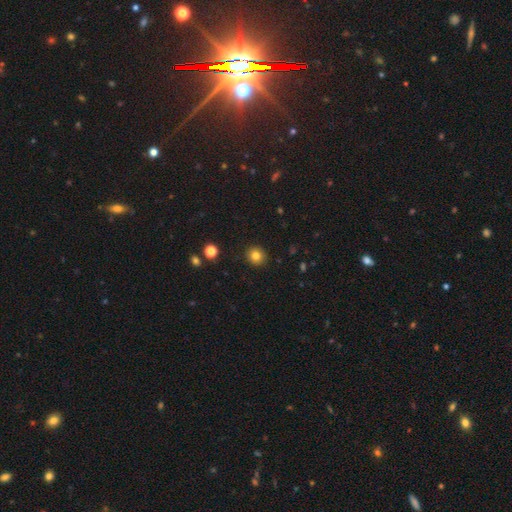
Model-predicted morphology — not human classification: Smooth or featured?
  - smooth: 81% *
  - star or artifact: 12%
  - featured or disk: 7%
How rounded?
  - round: 89% *
  - in between: 10%
  - cigar-shaped: 1%
Merging?
  - none: 91% *
  - minor disturbance: 6%
  - major disturbance: 2%
  - merger: 1%